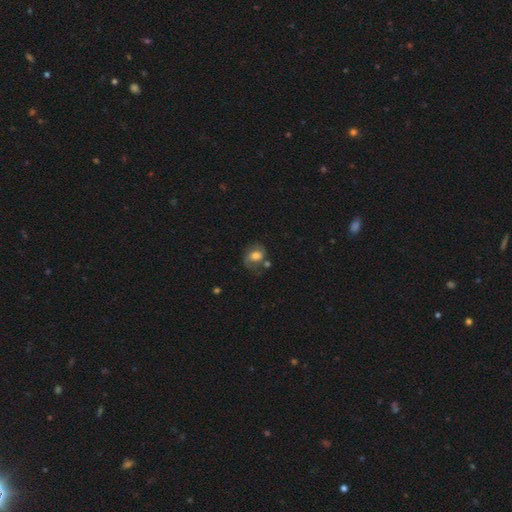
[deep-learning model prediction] A featured or disk galaxy (48%). Merging: none (50%).